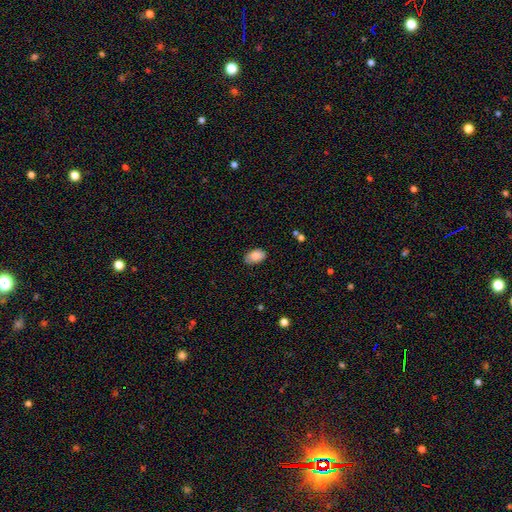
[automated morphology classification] smooth_or_featured: smooth (p=0.85) [alt: featured or disk p=0.08]
how_rounded: in between (p=0.91) [alt: round p=0.08]
merging: none (p=0.80) [alt: minor disturbance p=0.16]